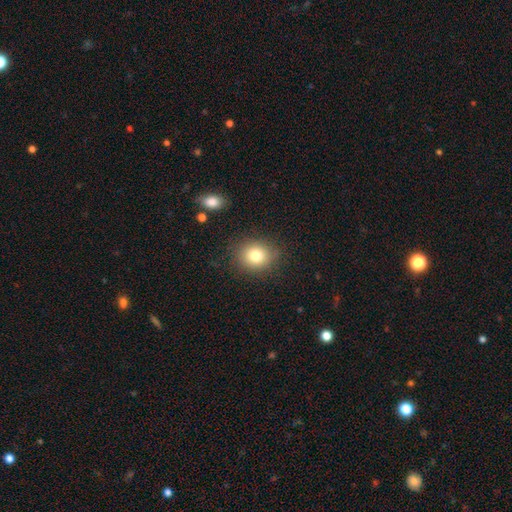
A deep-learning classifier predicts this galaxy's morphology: Smooth or featured? Predicted: smooth (p=0.79). How rounded? Predicted: round (p=0.69). Merging? Predicted: none (p=0.85).